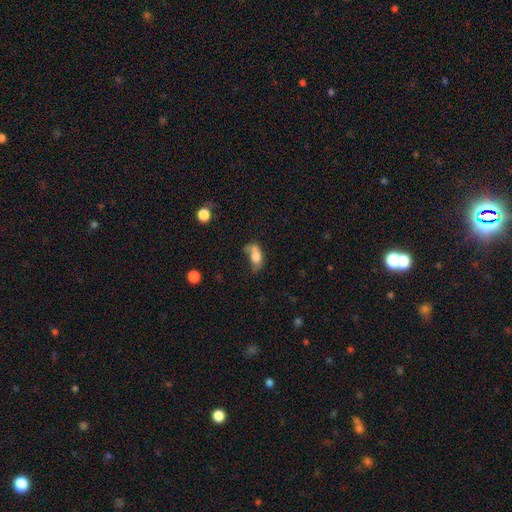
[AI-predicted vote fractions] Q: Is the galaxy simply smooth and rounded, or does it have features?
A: smooth — 69%.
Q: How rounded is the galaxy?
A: in between — 84%.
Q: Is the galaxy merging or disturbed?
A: major disturbance — 33%.